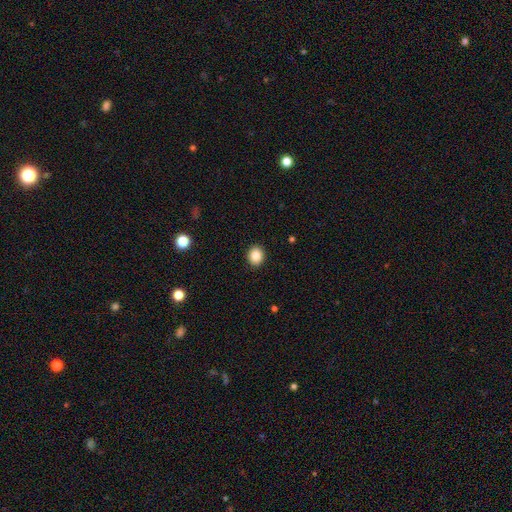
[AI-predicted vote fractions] This appears to be a smooth galaxy with no disk features (86%) that is round (65%). Merging: none (92%).